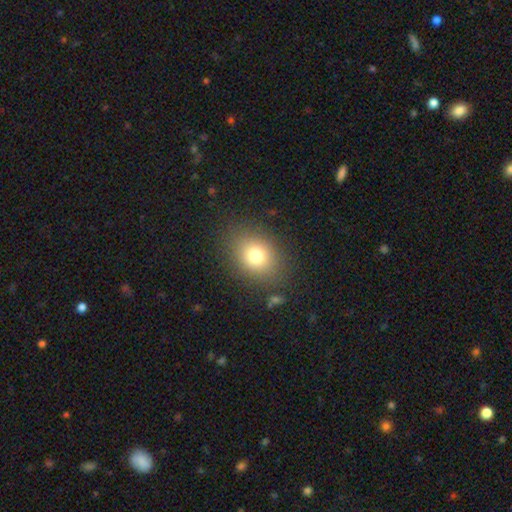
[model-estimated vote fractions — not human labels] Smooth or featured? smooth (76%)
How rounded? round (56%)
Merging? none (84%)